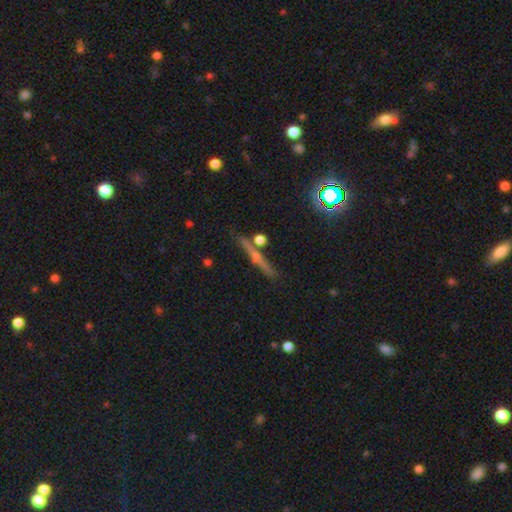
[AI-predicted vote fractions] A featured or disk galaxy (59%) viewed edge-on (96%) with a rounded central bulge (62%).

Vote fractions:
- Smooth or featured? featured or disk: 59% / smooth: 26% / star or artifact: 15%
- Edge-on disk? yes: 96% / no: 4%
- Edge-on bulge? rounded: 62% / none: 31% / boxy: 8%
- Merging? none: 85% / minor disturbance: 8% / merger: 5% / major disturbance: 2%